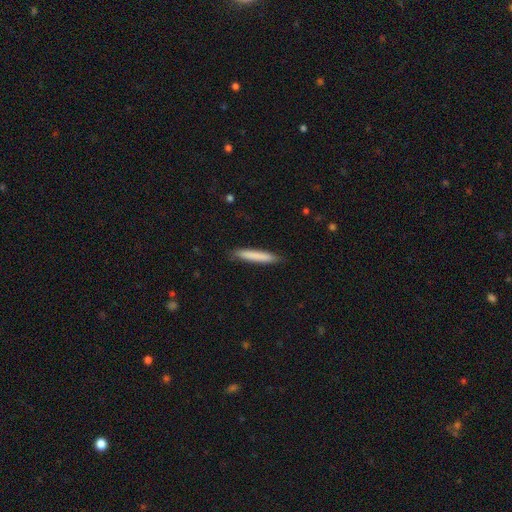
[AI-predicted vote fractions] This appears to be a smooth galaxy with no disk features (80%) that is cigar-shaped (94%). Merging: none (88%).